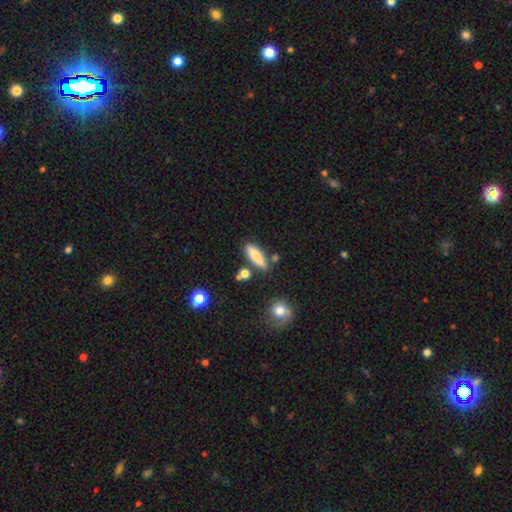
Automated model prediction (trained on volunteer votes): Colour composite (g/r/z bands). It shows a smooth galaxy with no disk features (78%) that is cigar-shaped (63%). Merging: none (74%).